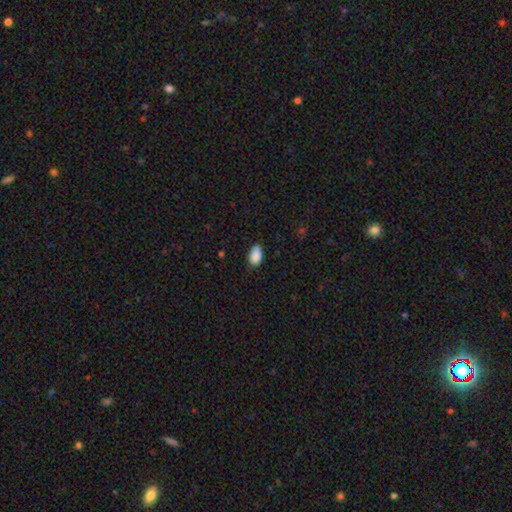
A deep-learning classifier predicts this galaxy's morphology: This appears to be a smooth galaxy with no disk features (89%) that is in between round and cigar-shaped (93%). Merging: none (74%).